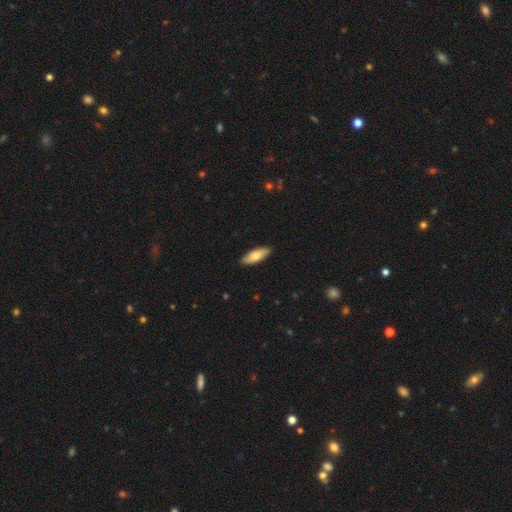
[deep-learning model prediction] Smooth or featured: smooth — 77% (featured or disk — 18%)
How rounded: in between — 60% (cigar-shaped — 38%)
Merging: none — 89% (minor disturbance — 8%)